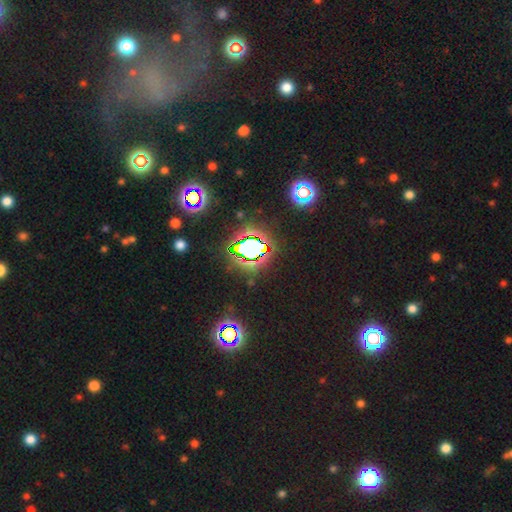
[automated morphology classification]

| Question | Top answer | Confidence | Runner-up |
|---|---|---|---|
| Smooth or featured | star or artifact | 80% | smooth (12%) |